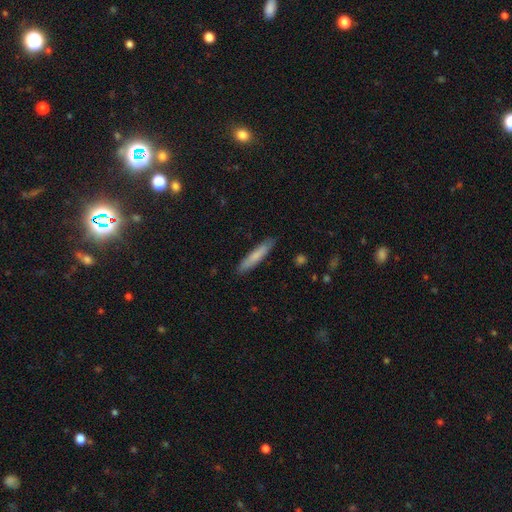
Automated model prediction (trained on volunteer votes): Smooth or featured? Predicted: smooth (p=0.73). How rounded? Predicted: cigar-shaped (p=0.91). Merging? Predicted: none (p=0.88).